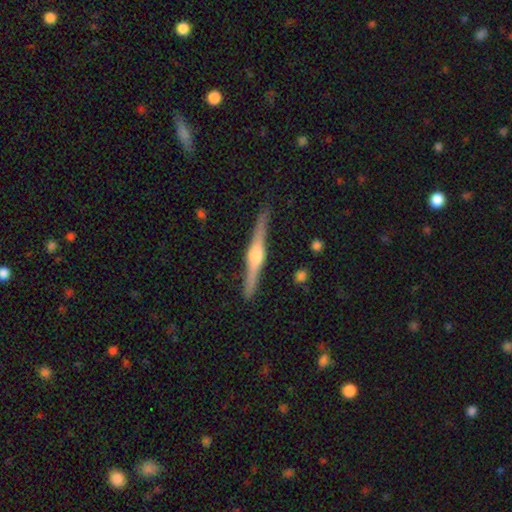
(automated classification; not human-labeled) Smooth or featured? Predicted: featured or disk (p=0.82). Edge-on disk? Predicted: yes (p=0.98). Edge-on bulge? Predicted: rounded (p=0.91). Merging? Predicted: none (p=0.90).